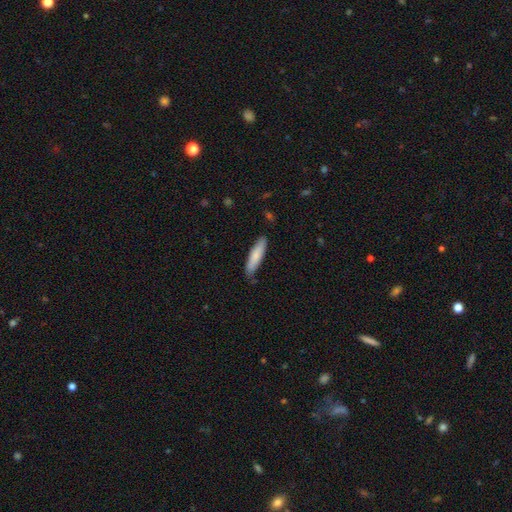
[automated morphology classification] Smooth or featured? smooth (81%)
How rounded? cigar-shaped (76%)
Merging? none (83%)